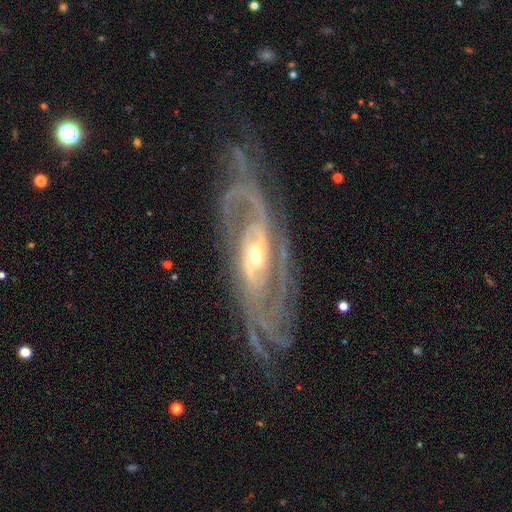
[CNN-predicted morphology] smooth-or-featured: featured or disk: 90% | smooth: 5% | star or artifact: 5%
  disk-edge-on: no: 90% | yes: 10%
    bar: no: 47% | weak: 32% | strong: 21%
    has-spiral-arms: yes: 95% | no: 5%
      spiral-winding: tight: 54% | medium: 34% | loose: 12%
      spiral-arm-count: 2: 42% | can't tell: 23% | 3: 14% | 4: 8% | more than 4: 7% | 1: 7%
    bulge-size: moderate: 53% | small: 41% | large: 4% | dominant: 1% | none: 1%
  merging: none: 68% | minor disturbance: 18% | major disturbance: 12% | merger: 2%